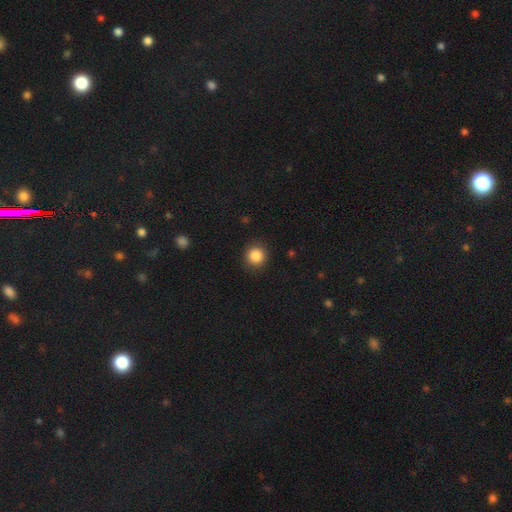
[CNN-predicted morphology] smooth_or_featured: smooth (p=0.87) [alt: star or artifact p=0.10]
how_rounded: round (p=0.92) [alt: in between p=0.07]
merging: none (p=0.89) [alt: minor disturbance p=0.07]